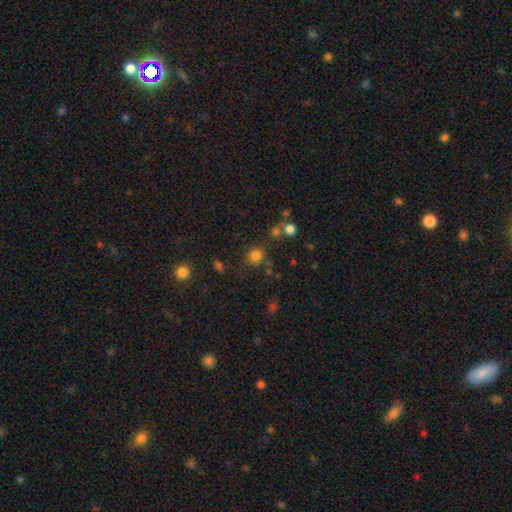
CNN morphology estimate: smooth-or-featured: smooth: 77% | star or artifact: 17% | featured or disk: 6%
  how-rounded: round: 79% | in between: 20% | cigar-shaped: 1%
  merging: none: 72% | minor disturbance: 12% | merger: 10% | major disturbance: 6%